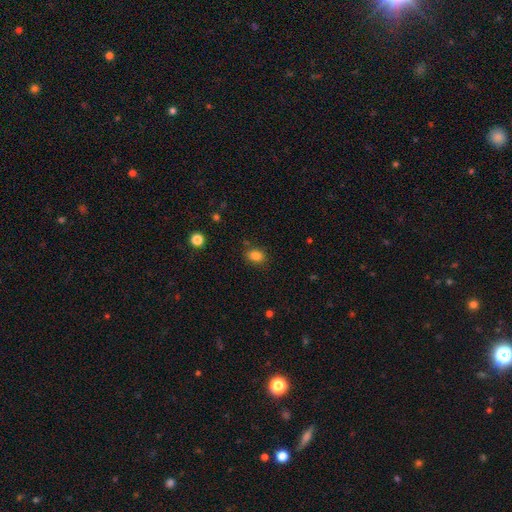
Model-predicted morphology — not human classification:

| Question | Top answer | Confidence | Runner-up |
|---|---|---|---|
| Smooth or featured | smooth | 84% | star or artifact (11%) |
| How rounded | in between | 69% | round (30%) |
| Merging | none | 83% | minor disturbance (12%) |